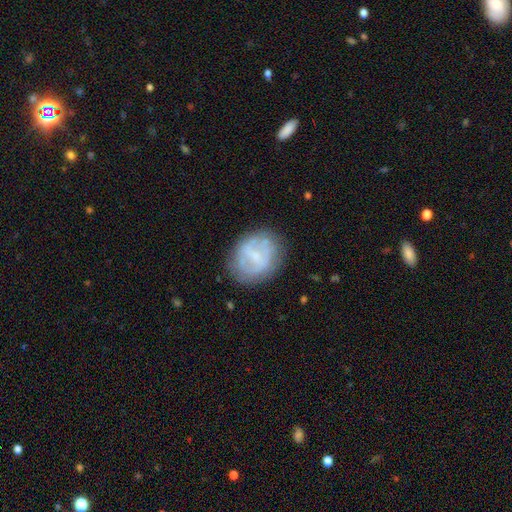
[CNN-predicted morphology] smooth_or_featured: featured or disk (p=0.57) [alt: smooth p=0.35]
disk_edge_on: no (p=0.97) [alt: yes p=0.03]
bar: weak (p=0.46) [alt: no p=0.35]
has_spiral_arms: no (p=0.55) [alt: yes p=0.45]
bulge_size: small (p=0.48) [alt: none p=0.27]
merging: none (p=0.69) [alt: minor disturbance p=0.19]